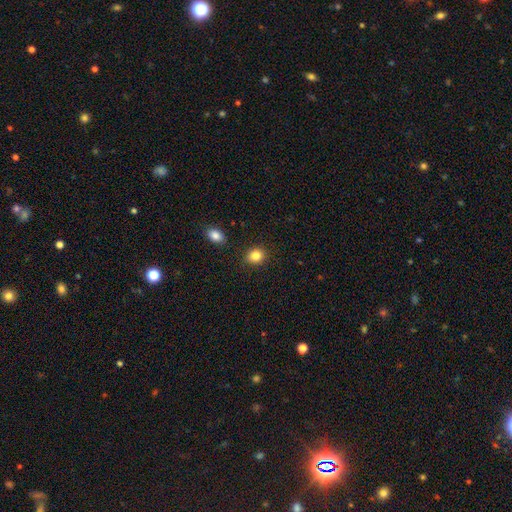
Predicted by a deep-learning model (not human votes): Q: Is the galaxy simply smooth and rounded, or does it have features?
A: smooth — 84%.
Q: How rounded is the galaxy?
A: round — 62%.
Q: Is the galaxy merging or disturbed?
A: none — 87%.